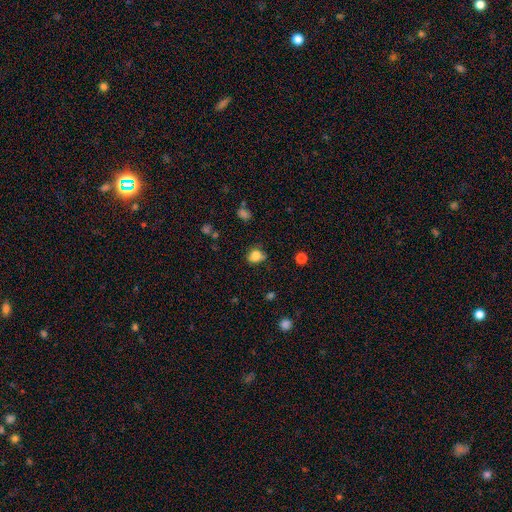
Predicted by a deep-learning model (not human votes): This appears to be a smooth galaxy with no disk features (81%) that is round (58%). Merging: none (63%).